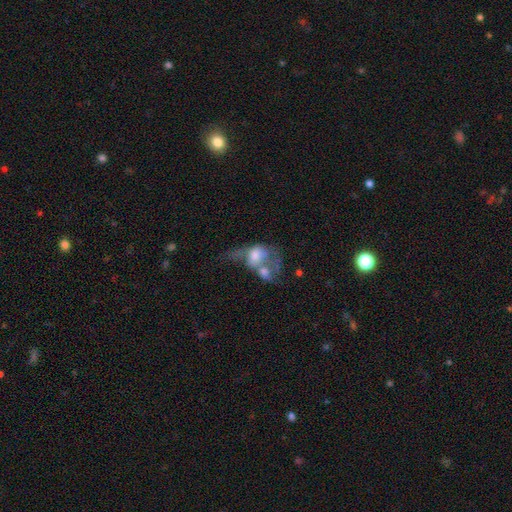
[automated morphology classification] This is possibly a smooth galaxy (48%). Merging: likely merger (65%).